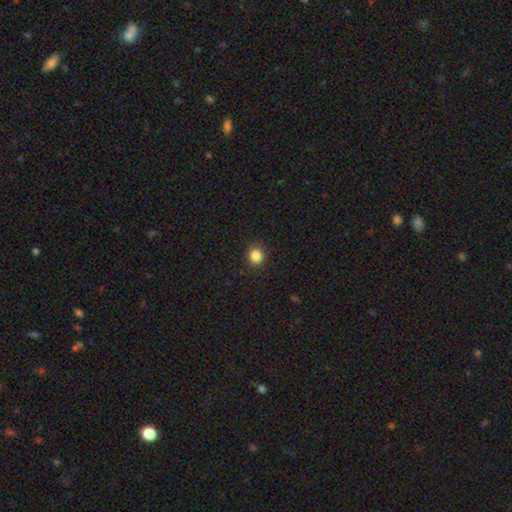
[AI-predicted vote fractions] Smooth or featured?
  - smooth: 85% *
  - star or artifact: 11%
  - featured or disk: 4%
How rounded?
  - round: 78% *
  - in between: 21%
  - cigar-shaped: 1%
Merging?
  - none: 91% *
  - minor disturbance: 6%
  - major disturbance: 2%
  - merger: 1%